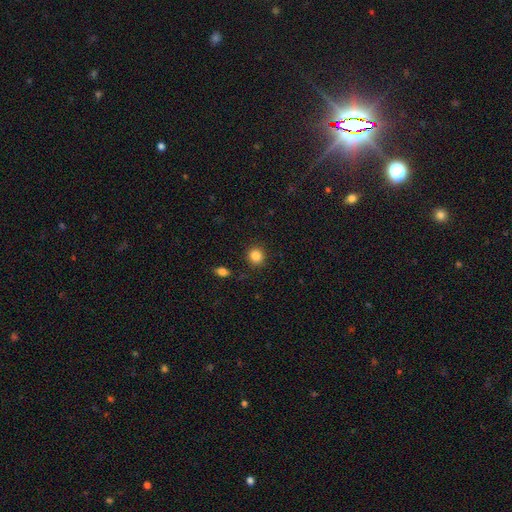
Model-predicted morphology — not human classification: smooth 85%, star or artifact 11%, featured or disk 4%. Down the decision tree: how rounded — round (85%); merging — none (89%).